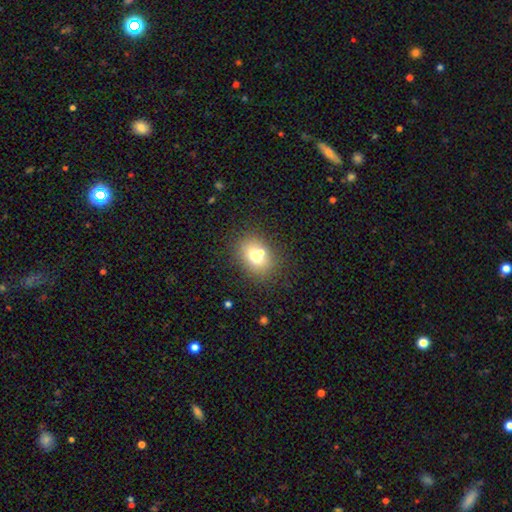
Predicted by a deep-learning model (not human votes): This is likely a smooth galaxy (68%). How rounded: possibly round (51%). Merging: likely none (61%).